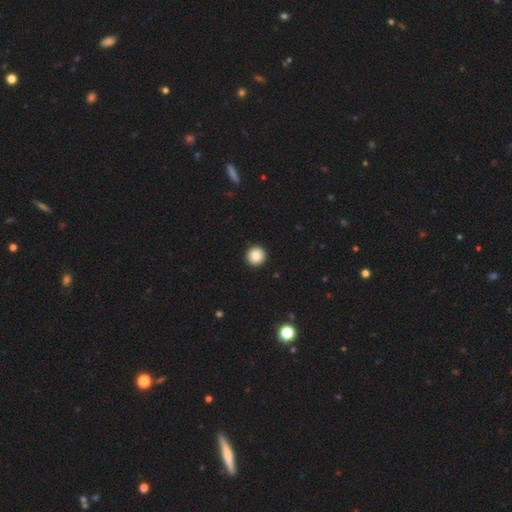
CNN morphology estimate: Smooth or featured?
  - smooth: 85% *
  - star or artifact: 9%
  - featured or disk: 6%
How rounded?
  - round: 96% *
  - in between: 3%
  - cigar-shaped: 1%
Merging?
  - none: 94% *
  - minor disturbance: 4%
  - major disturbance: 1%
  - merger: 1%